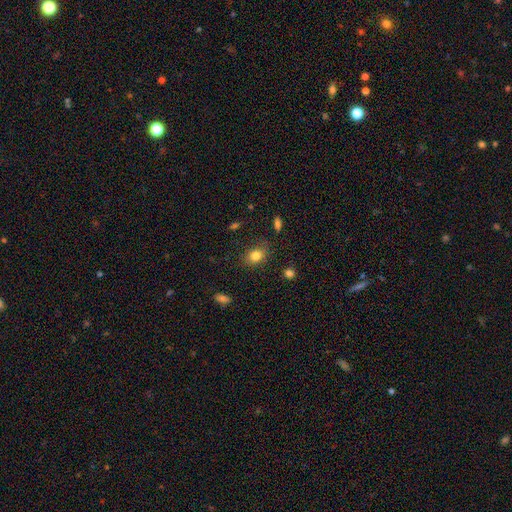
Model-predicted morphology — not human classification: Q: Smooth or featured?
A: smooth (82%); runner-up: star or artifact (10%)
Q: How rounded?
A: in between (68%); runner-up: round (31%)
Q: Merging?
A: none (79%); runner-up: minor disturbance (16%)